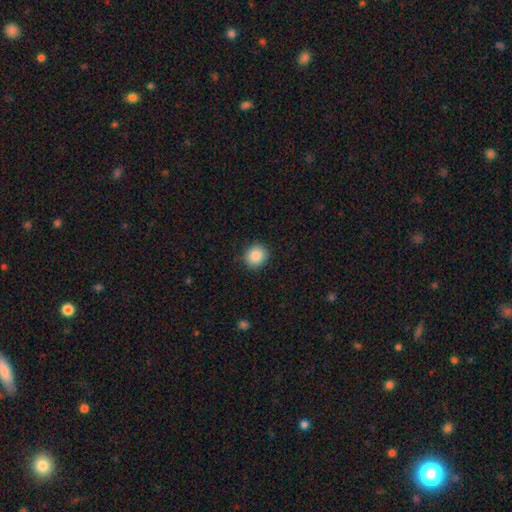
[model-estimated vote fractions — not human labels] This is clearly a smooth galaxy (88%). How rounded: clearly round (85%). Merging: clearly none (89%).